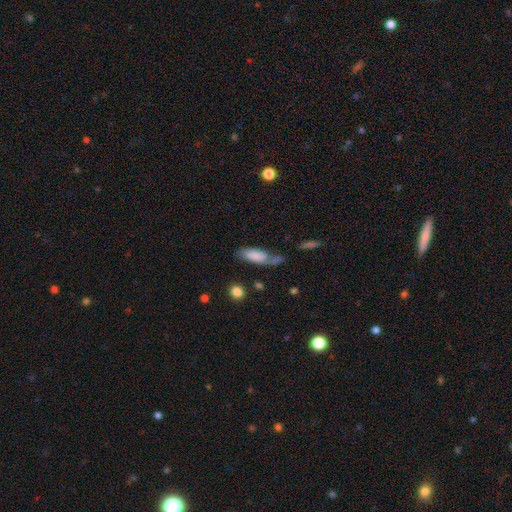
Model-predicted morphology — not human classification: Smooth or featured?
  - smooth: 73% *
  - featured or disk: 20%
  - star or artifact: 7%
How rounded?
  - in between: 74% *
  - cigar-shaped: 24%
  - round: 2%
Merging?
  - none: 42% *
  - minor disturbance: 23%
  - merger: 19%
  - major disturbance: 16%